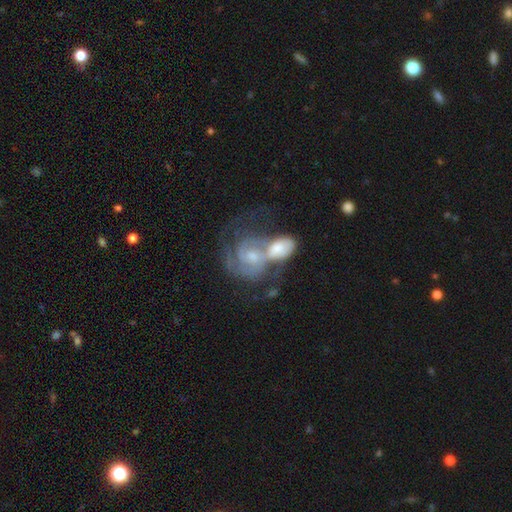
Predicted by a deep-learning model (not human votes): Overall: featured or disk (76%). Edge-on disk: no (97%). Bar: no (59%; weak 32%). Spiral arms: yes (88%). Spiral arm count: 2 (57%; can't tell 26%). Spiral winding: tight (48%; medium 37%). Bulge size: small (48%; moderate 44%). Merging: merger (70%).